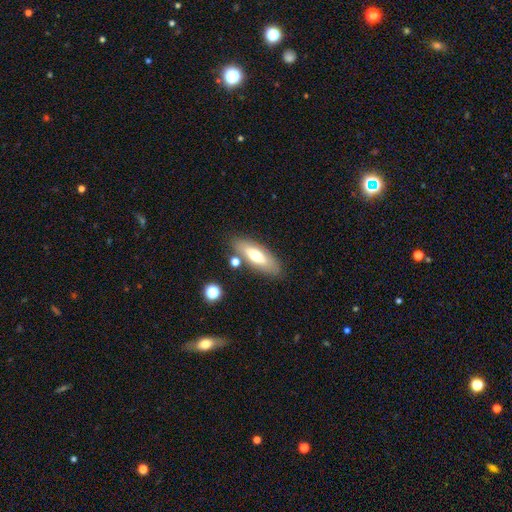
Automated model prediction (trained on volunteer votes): smooth-or-featured: smooth: 56% | featured or disk: 37% | star or artifact: 7%
  how-rounded: in between: 67% | cigar-shaped: 30% | round: 3%
  merging: none: 78% | minor disturbance: 12% | merger: 6% | major disturbance: 3%